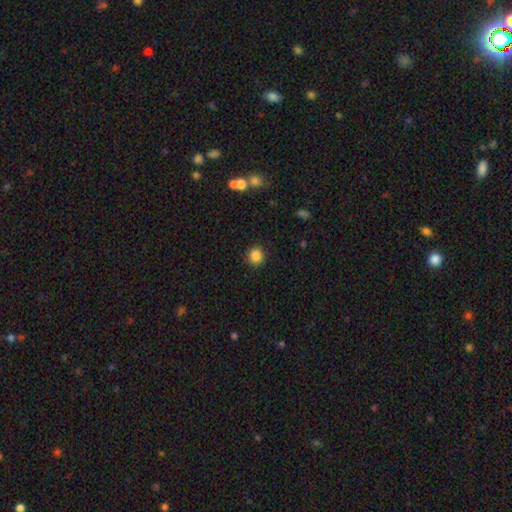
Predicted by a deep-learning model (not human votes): Overall: smooth (86%). How rounded: round (88%). Merging: none (90%).